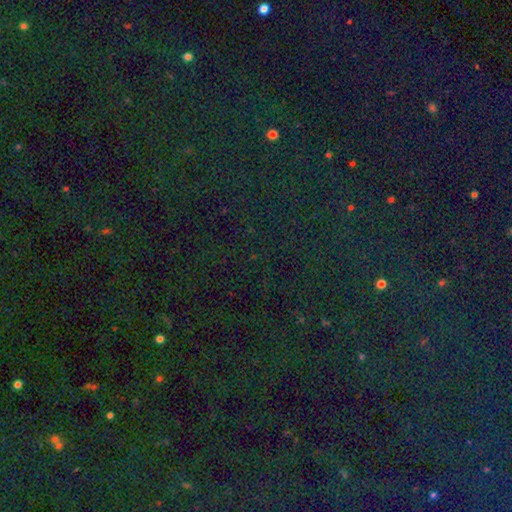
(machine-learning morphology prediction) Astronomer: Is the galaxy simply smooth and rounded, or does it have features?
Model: star or artifact — 81%.